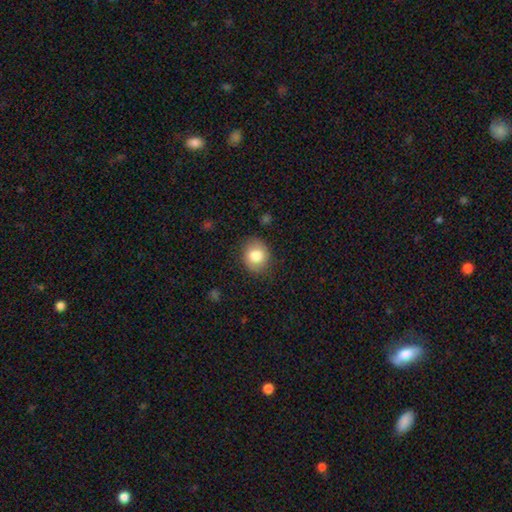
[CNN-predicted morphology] Smooth or featured? Predicted: smooth (p=0.82). How rounded? Predicted: round (p=0.66). Merging? Predicted: none (p=0.84).